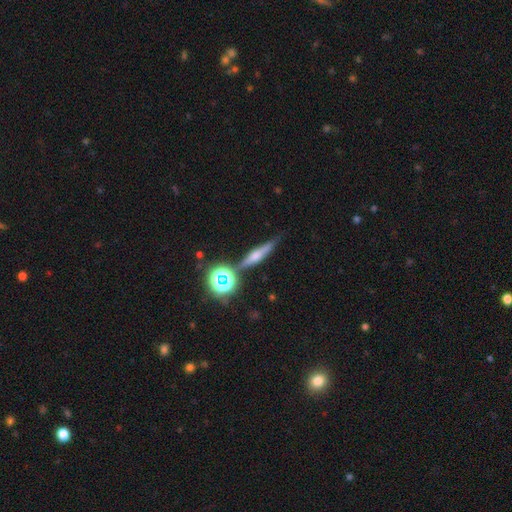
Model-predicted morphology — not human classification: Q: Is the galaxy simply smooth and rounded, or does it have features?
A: featured or disk — 50%.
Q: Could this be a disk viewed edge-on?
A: yes — 89%.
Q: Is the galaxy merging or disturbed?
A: none — 78%.